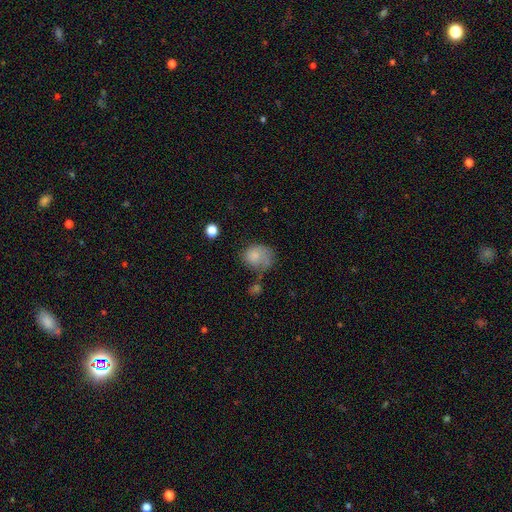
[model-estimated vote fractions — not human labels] Smooth or featured? Predicted: smooth (p=0.74). How rounded? Predicted: round (p=0.56). Merging? Predicted: none (p=0.36).